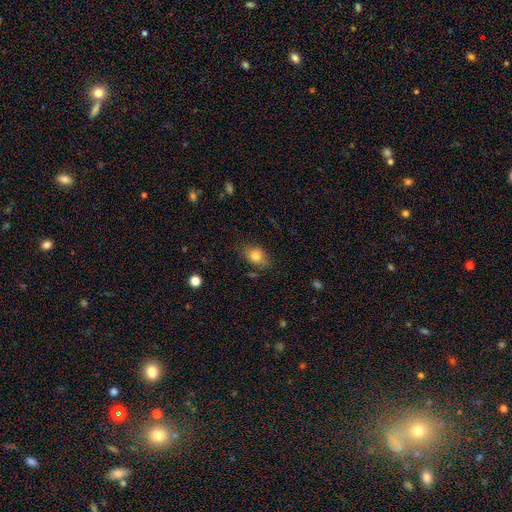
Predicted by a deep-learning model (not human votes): A smooth galaxy with no disk features (80%) that is in between round and cigar-shaped (79%).

Vote fractions:
- Smooth or featured? smooth: 80% / featured or disk: 11% / star or artifact: 9%
- How rounded? in between: 79% / round: 19% / cigar-shaped: 2%
- Merging? none: 76% / minor disturbance: 18% / major disturbance: 4% / merger: 2%